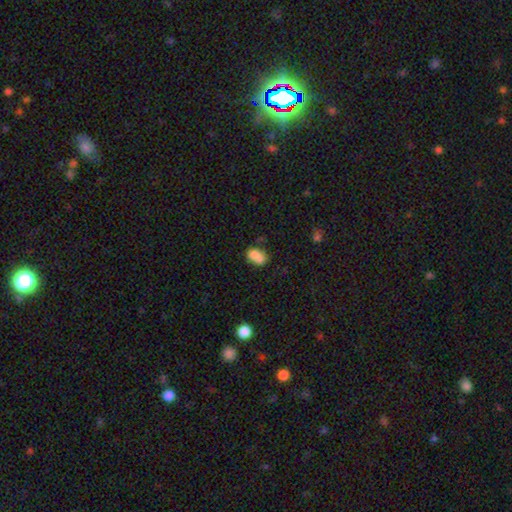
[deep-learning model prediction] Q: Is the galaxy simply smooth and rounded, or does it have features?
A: smooth — 71%.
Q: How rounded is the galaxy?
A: in between — 53%.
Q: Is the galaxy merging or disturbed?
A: merger — 58%.